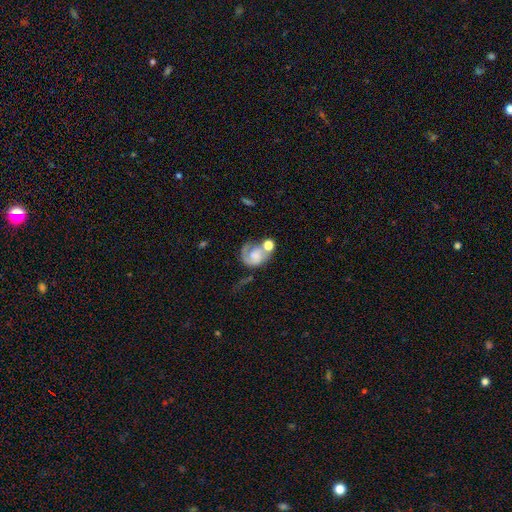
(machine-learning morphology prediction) A featured or disk galaxy (56%) with no bar (75%), spiral arms (78%) and no central bulge (34%). Merging: merger (32%).